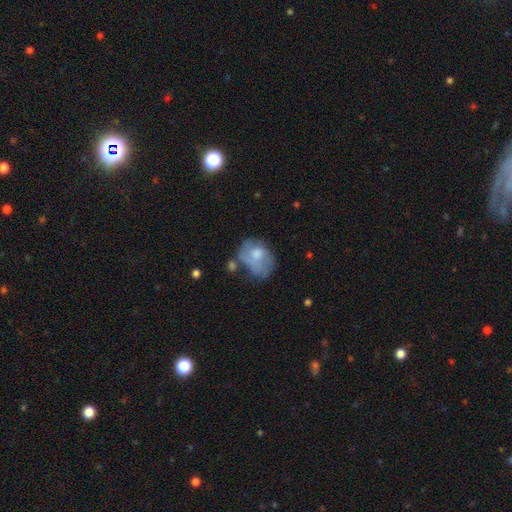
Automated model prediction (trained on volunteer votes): Overall: smooth (60%; featured or disk 33%). How rounded: in between (68%; round 31%). Merging: none (30%, tied with major disturbance).